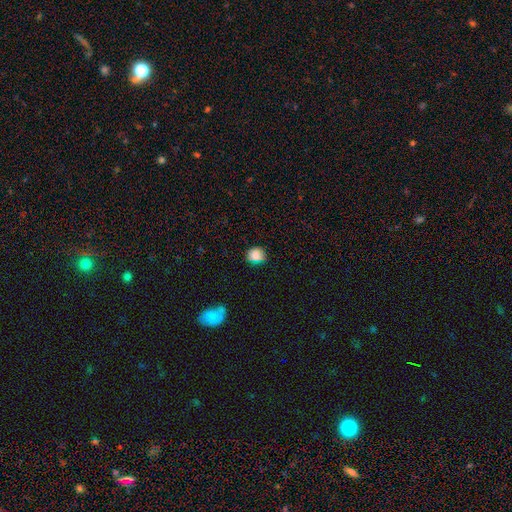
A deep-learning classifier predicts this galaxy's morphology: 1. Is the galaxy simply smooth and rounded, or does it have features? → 82% smooth, 11% star or artifact, 7% featured or disk.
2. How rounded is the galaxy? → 75% round, 23% in between, 1% cigar-shaped.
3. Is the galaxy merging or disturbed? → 75% none, 18% minor disturbance, 4% major disturbance, 3% merger.